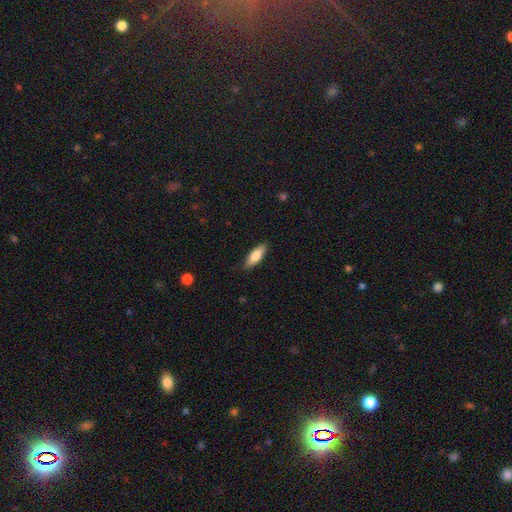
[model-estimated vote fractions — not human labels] Morphology: type=smooth (78%); roundness=in between (59%); merging=none (85%).